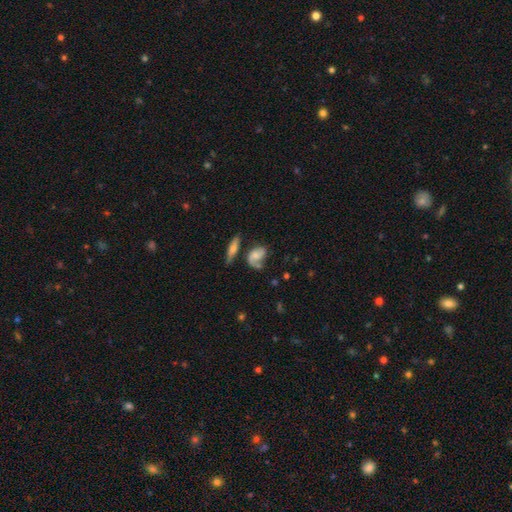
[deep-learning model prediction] A featured or disk galaxy (51%). Merging: none (43%).